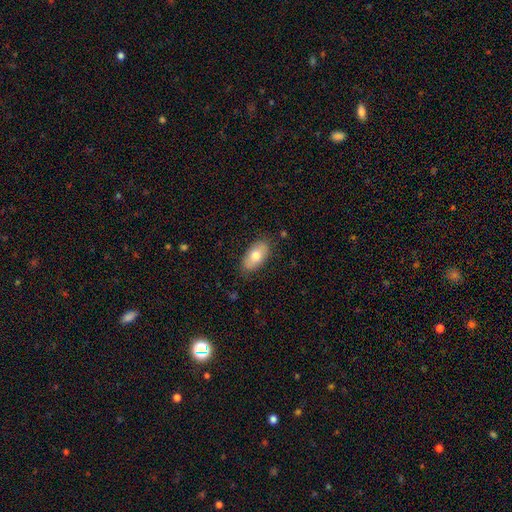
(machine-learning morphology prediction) type=smooth (73%); roundness=in between (93%); merging=none (83%).